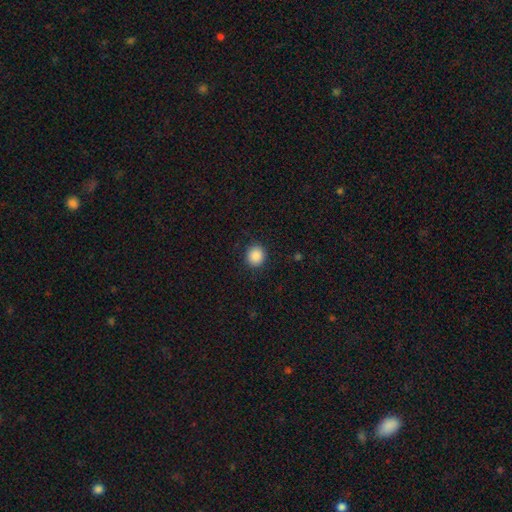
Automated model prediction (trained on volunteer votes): Smooth or featured? Predicted: smooth (p=0.88). How rounded? Predicted: round (p=0.83). Merging? Predicted: none (p=0.89).